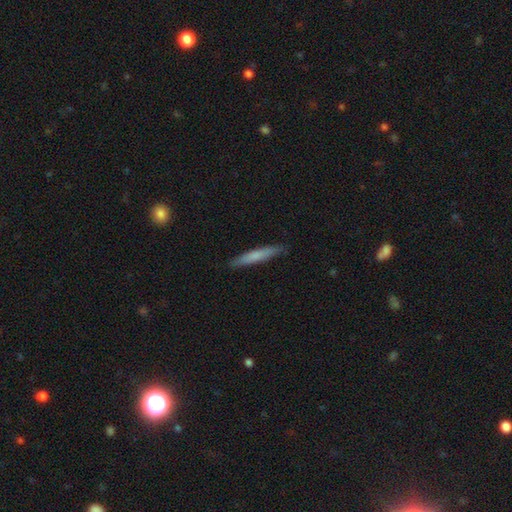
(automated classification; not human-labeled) Smooth or featured?
  - smooth: 70% *
  - featured or disk: 25%
  - star or artifact: 6%
How rounded?
  - cigar-shaped: 95% *
  - in between: 4%
  - round: 1%
Merging?
  - none: 89% *
  - minor disturbance: 8%
  - major disturbance: 2%
  - merger: 1%